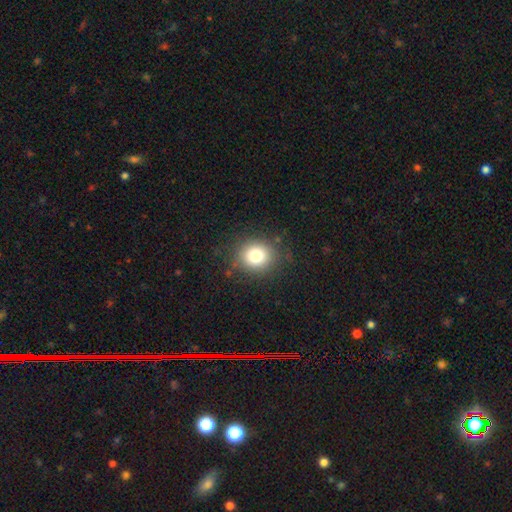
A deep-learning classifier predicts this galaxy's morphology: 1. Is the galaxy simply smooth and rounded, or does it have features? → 78% smooth, 12% star or artifact, 10% featured or disk.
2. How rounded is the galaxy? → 76% round, 23% in between, 1% cigar-shaped.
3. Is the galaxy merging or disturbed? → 83% none, 11% minor disturbance, 4% major disturbance, 1% merger.